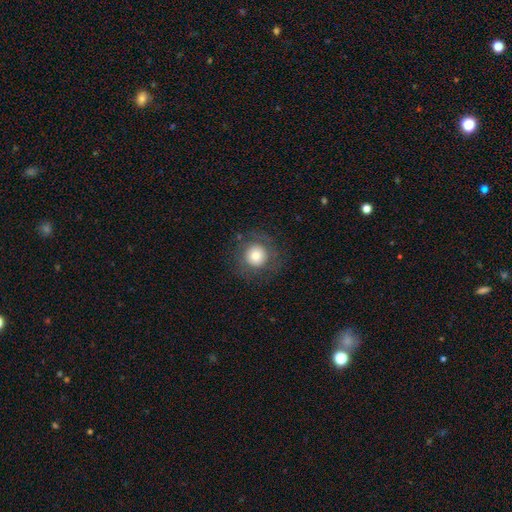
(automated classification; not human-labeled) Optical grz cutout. It shows a smooth galaxy with no disk features (72%) that is round (93%). Merging: none (80%).